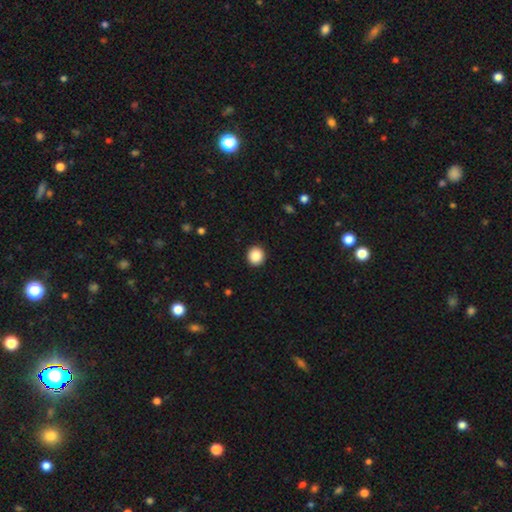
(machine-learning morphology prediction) This is clearly a smooth galaxy (88%). How rounded: clearly round (91%). Merging: clearly none (93%).